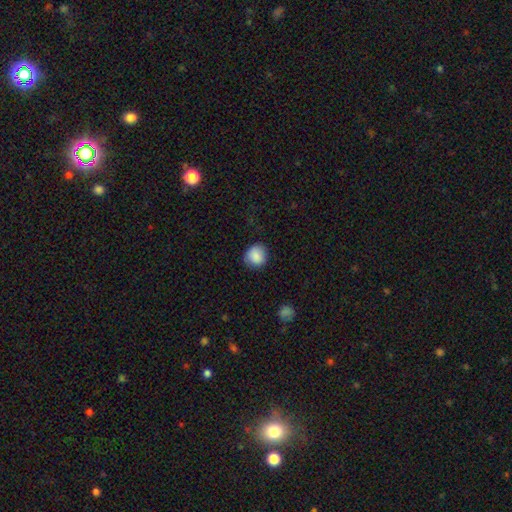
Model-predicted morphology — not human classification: Smooth or featured? Predicted: smooth (p=0.87). How rounded? Predicted: round (p=0.86). Merging? Predicted: none (p=0.83).